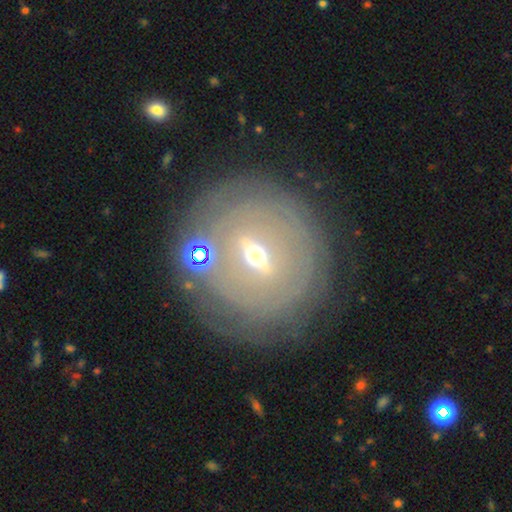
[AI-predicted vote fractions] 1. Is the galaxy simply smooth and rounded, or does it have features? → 76% featured or disk, 16% smooth, 8% star or artifact.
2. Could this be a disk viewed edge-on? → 90% no, 10% yes.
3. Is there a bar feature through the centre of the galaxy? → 49% weak, 34% strong, 17% no.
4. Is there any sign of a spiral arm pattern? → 62% yes, 38% no.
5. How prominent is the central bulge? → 52% moderate, 44% small, 2% large, 1% dominant, 1% none.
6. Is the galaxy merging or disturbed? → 78% none, 13% minor disturbance, 6% major disturbance, 4% merger.